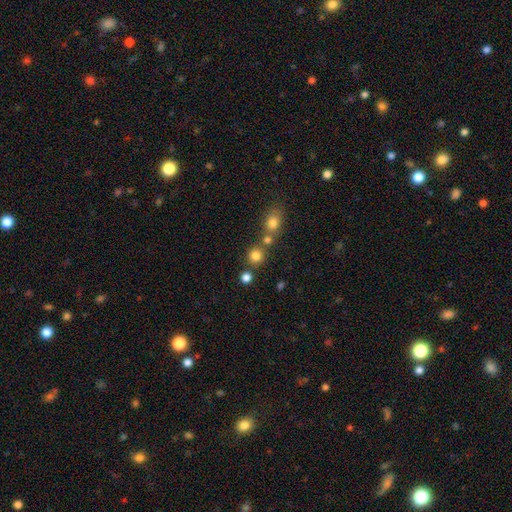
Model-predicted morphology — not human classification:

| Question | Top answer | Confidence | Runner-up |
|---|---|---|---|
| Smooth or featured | smooth | 79% | star or artifact (14%) |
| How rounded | round | 89% | in between (10%) |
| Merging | none | 64% | merger (26%) |